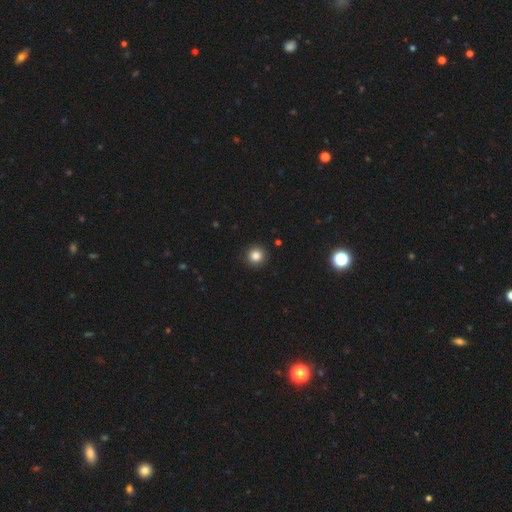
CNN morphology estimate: A smooth galaxy with no disk features (84%) that is round (95%). Merging: none (92%).